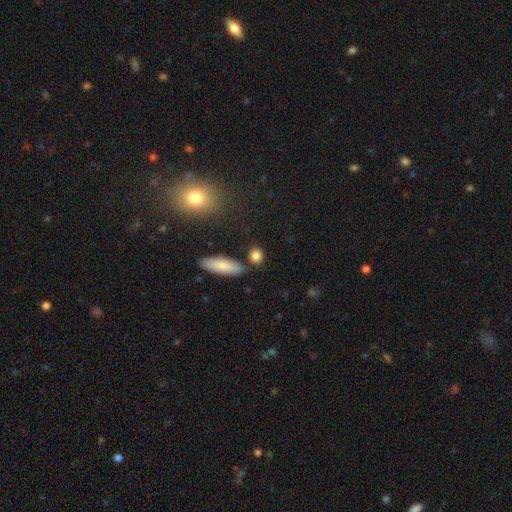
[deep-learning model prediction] Q: Smooth or featured?
A: smooth (85%); runner-up: star or artifact (9%)
Q: How rounded?
A: round (57%); runner-up: in between (36%)
Q: Merging?
A: none (77%); runner-up: minor disturbance (11%)